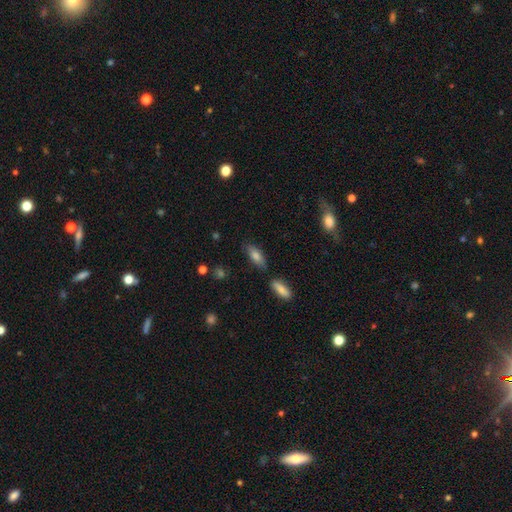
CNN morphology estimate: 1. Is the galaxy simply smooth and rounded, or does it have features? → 78% smooth, 14% featured or disk, 8% star or artifact.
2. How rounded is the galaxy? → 76% in between, 21% cigar-shaped, 3% round.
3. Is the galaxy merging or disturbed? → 76% none, 14% minor disturbance, 6% merger, 3% major disturbance.